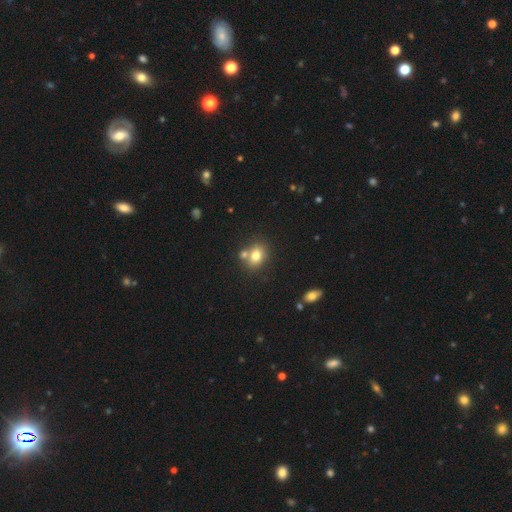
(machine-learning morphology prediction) smooth_or_featured: smooth (p=0.76) [alt: featured or disk p=0.12]
how_rounded: round (p=0.51) [alt: in between p=0.48]
merging: none (p=0.59) [alt: merger p=0.27]